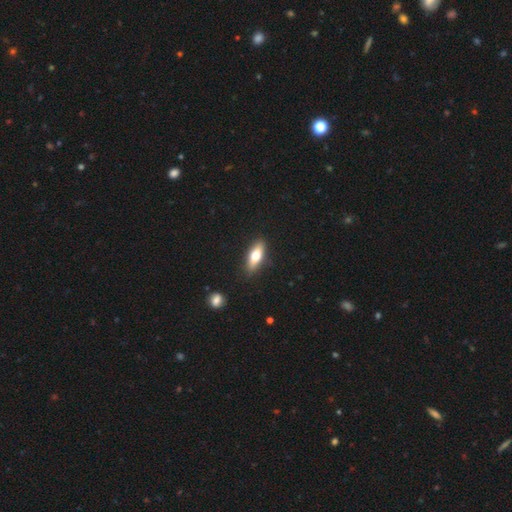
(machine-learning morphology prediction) This appears to be a smooth galaxy with no disk features (63%) that is in between round and cigar-shaped (61%). Merging: none (87%).